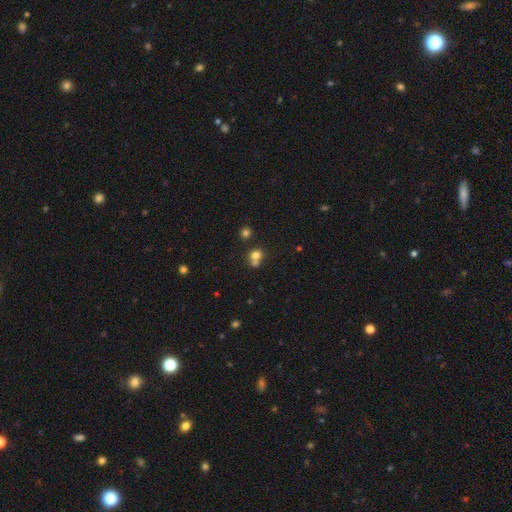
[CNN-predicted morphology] This is likely a smooth galaxy (74%). How rounded: likely round (79%). Merging: possibly merger (46%).